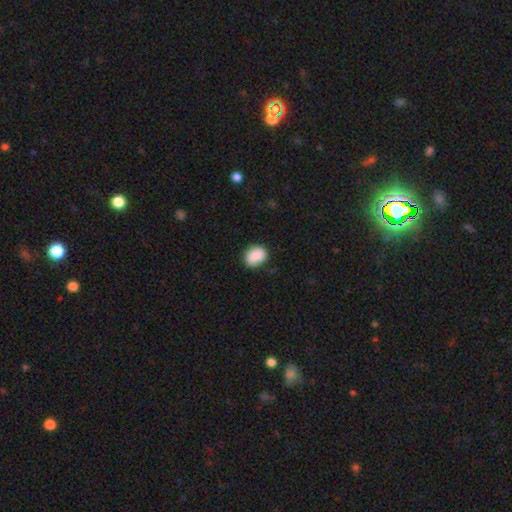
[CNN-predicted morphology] This is clearly a smooth galaxy (88%). How rounded: possibly in between (56%). Merging: likely none (79%).